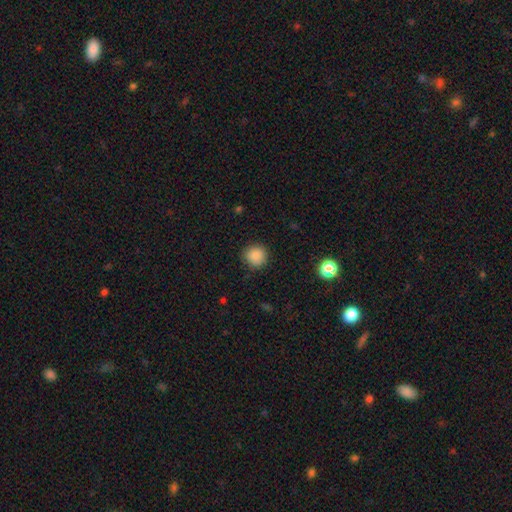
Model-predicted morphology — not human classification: Smooth or featured? smooth (85%)
How rounded? round (92%)
Merging? none (86%)